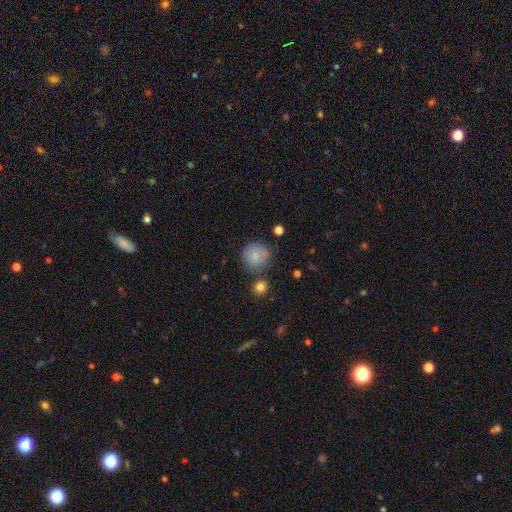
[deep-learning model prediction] Smooth or featured? Predicted: smooth (p=0.82). How rounded? Predicted: round (p=0.93). Merging? Predicted: none (p=0.74).